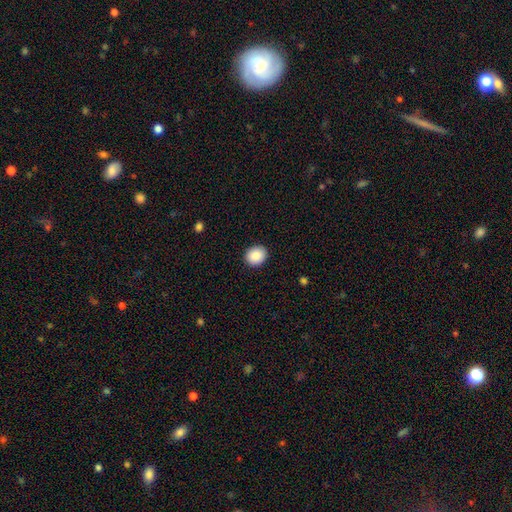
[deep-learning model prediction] Smooth or featured: smooth — 88% (star or artifact — 8%)
How rounded: round — 63% (in between — 36%)
Merging: none — 91% (minor disturbance — 7%)